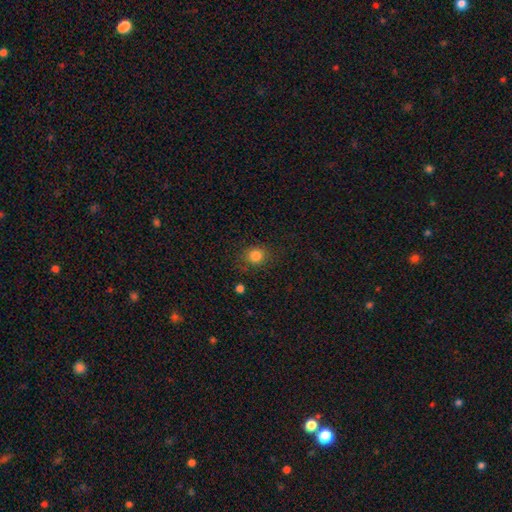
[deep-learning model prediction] smooth-or-featured: smooth: 83% | star or artifact: 12% | featured or disk: 5%
  how-rounded: round: 82% | in between: 17% | cigar-shaped: 1%
  merging: none: 81% | minor disturbance: 12% | major disturbance: 5% | merger: 2%